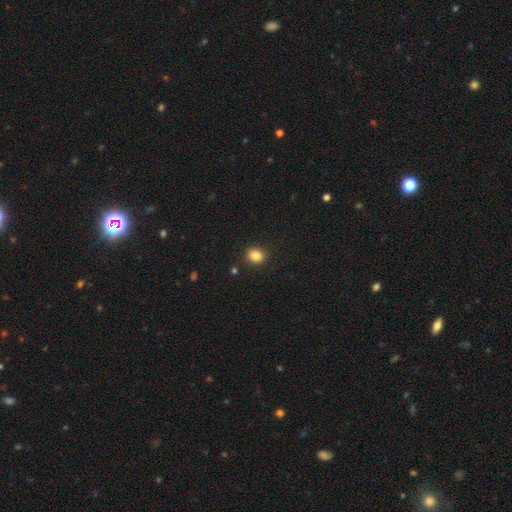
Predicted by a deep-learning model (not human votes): A smooth galaxy with no disk features (85%) that is round (64%). Merging: none (89%).